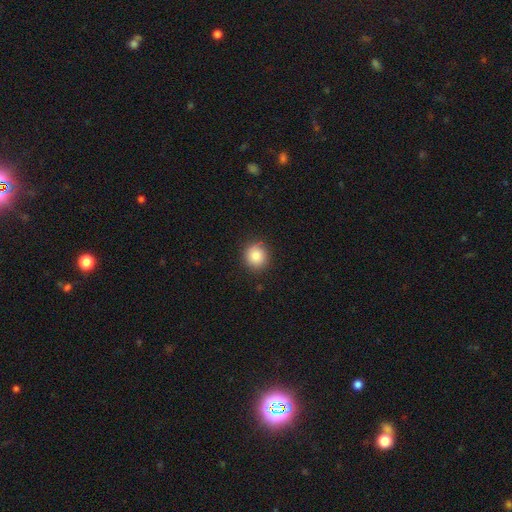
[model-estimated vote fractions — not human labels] This is clearly a smooth galaxy (84%). How rounded: clearly round (91%). Merging: clearly none (89%).